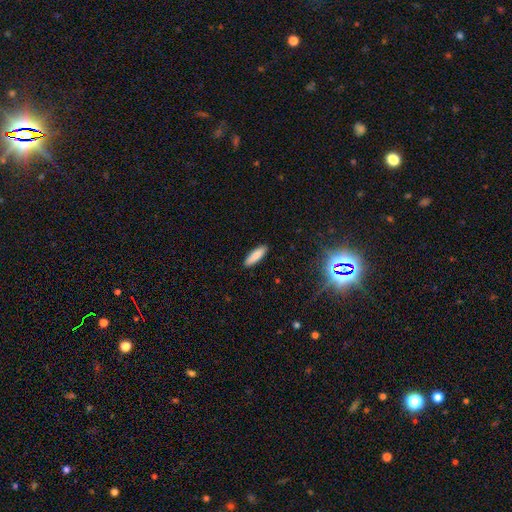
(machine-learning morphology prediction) Smooth or featured? smooth (85%)
How rounded? cigar-shaped (58%)
Merging? none (90%)